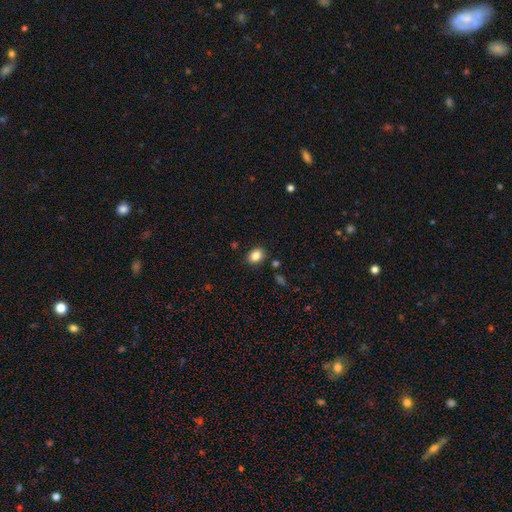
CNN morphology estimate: Smooth or featured?
  - smooth: 84% *
  - star or artifact: 10%
  - featured or disk: 6%
How rounded?
  - in between: 60% *
  - round: 39%
  - cigar-shaped: 1%
Merging?
  - none: 85% *
  - minor disturbance: 9%
  - merger: 3%
  - major disturbance: 2%